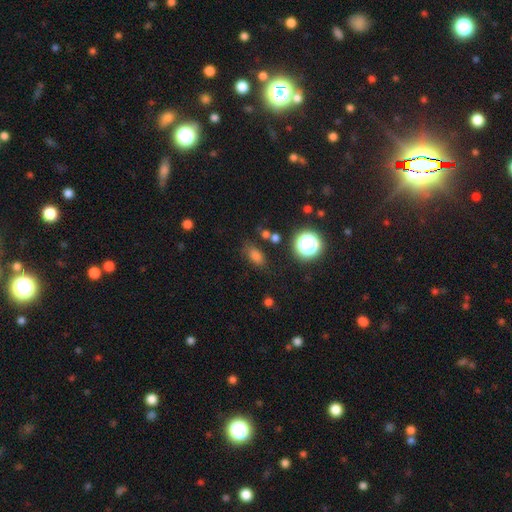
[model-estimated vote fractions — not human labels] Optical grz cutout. It shows a smooth galaxy with no disk features (74%) that is in between round and cigar-shaped (78%). Merging: none (74%).